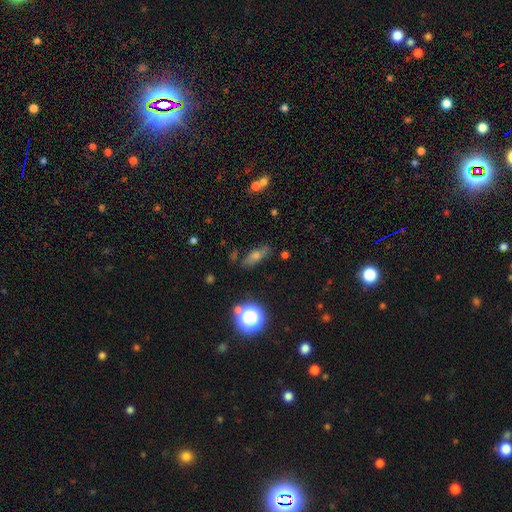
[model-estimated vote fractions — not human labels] The model was most divided on "how rounded": in between: 53%, cigar-shaped: 34%, round: 14%. More confident: merging — none (80%); smooth or featured — smooth (51%).